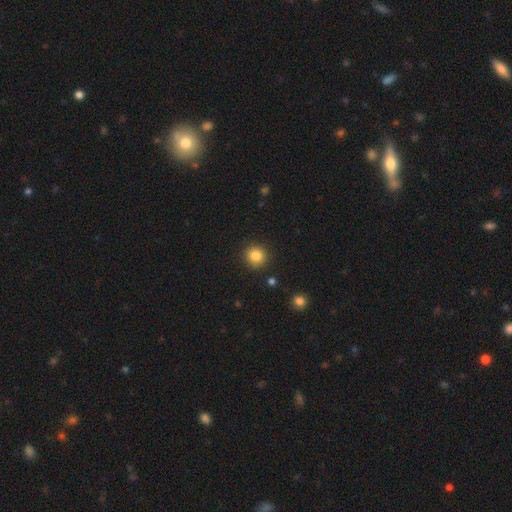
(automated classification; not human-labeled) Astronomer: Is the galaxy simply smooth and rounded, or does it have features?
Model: smooth — 85%.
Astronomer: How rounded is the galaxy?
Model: round — 91%.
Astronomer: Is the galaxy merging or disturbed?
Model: none — 90%.